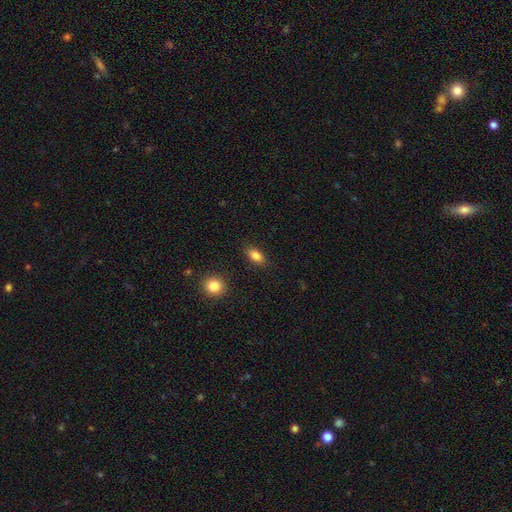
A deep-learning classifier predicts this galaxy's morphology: Smooth or featured?
  - smooth: 85% *
  - star or artifact: 8%
  - featured or disk: 7%
How rounded?
  - in between: 87% *
  - cigar-shaped: 7%
  - round: 6%
Merging?
  - none: 87% *
  - minor disturbance: 9%
  - major disturbance: 2%
  - merger: 2%